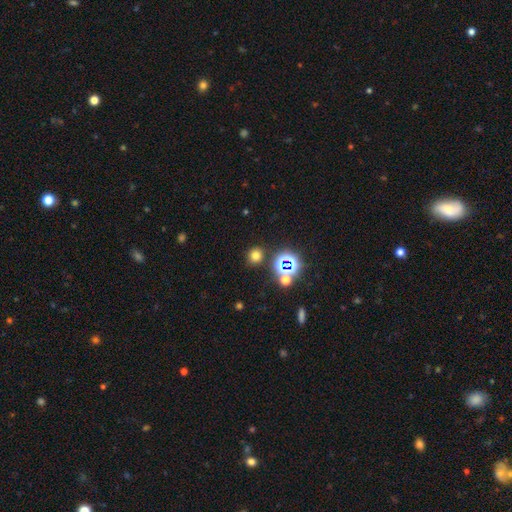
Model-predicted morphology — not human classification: Smooth or featured: smooth — 69% (star or artifact — 25%)
How rounded: round — 87% (in between — 12%)
Merging: none — 86% (minor disturbance — 7%)